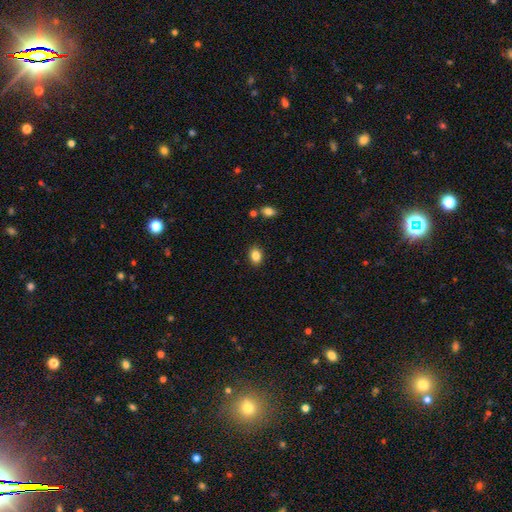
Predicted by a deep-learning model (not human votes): Smooth or featured: smooth — 86% (star or artifact — 9%)
How rounded: in between — 68% (round — 30%)
Merging: none — 88% (minor disturbance — 8%)